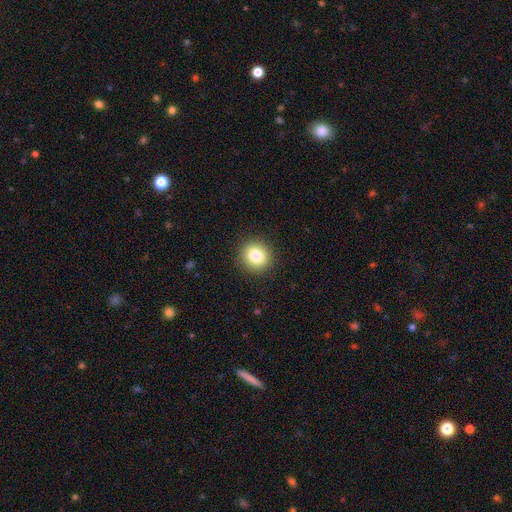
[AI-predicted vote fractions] Smooth or featured: smooth — 82% (star or artifact — 10%)
How rounded: round — 87% (in between — 12%)
Merging: none — 91% (minor disturbance — 6%)